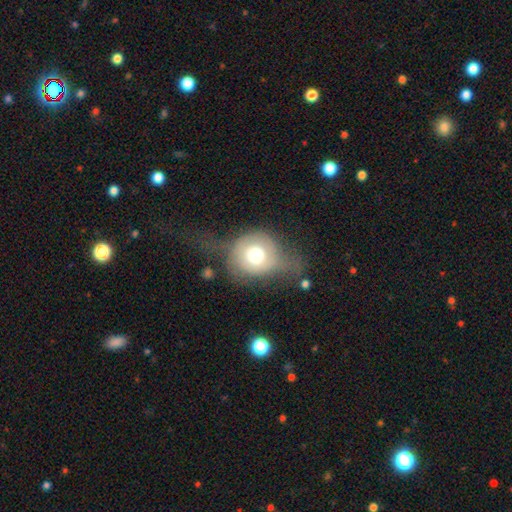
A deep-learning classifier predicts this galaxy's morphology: Q: Smooth or featured?
A: smooth (61%); runner-up: featured or disk (29%)
Q: How rounded?
A: round (79%); runner-up: in between (20%)
Q: Merging?
A: major disturbance (38%); runner-up: none (30%)